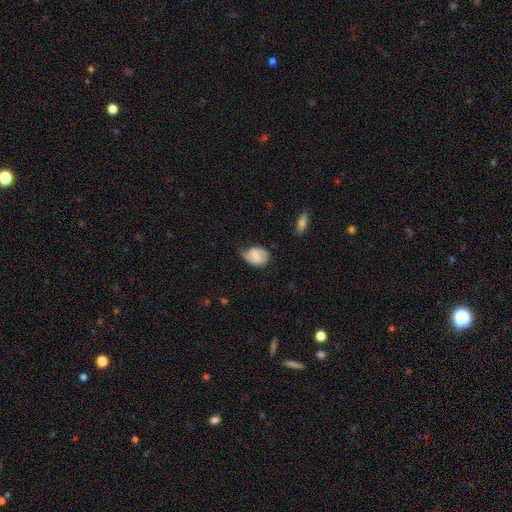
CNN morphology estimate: Smooth or featured? Predicted: smooth (p=0.66). How rounded? Predicted: in between (p=0.61). Merging? Predicted: none (p=0.43, tied with minor disturbance).